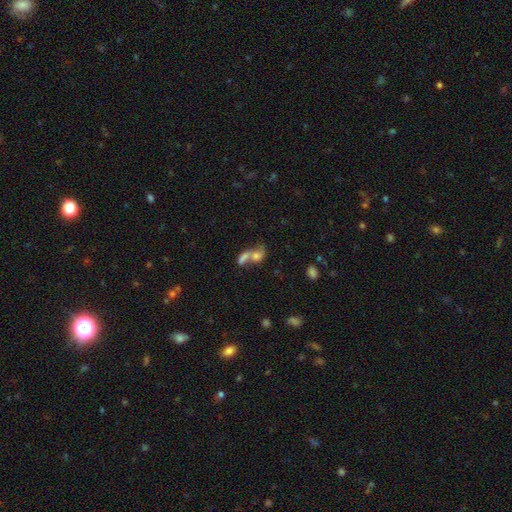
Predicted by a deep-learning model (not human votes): Smooth or featured? Predicted: smooth (p=0.65). How rounded? Predicted: in between (p=0.63). Merging? Predicted: merger (p=0.68).